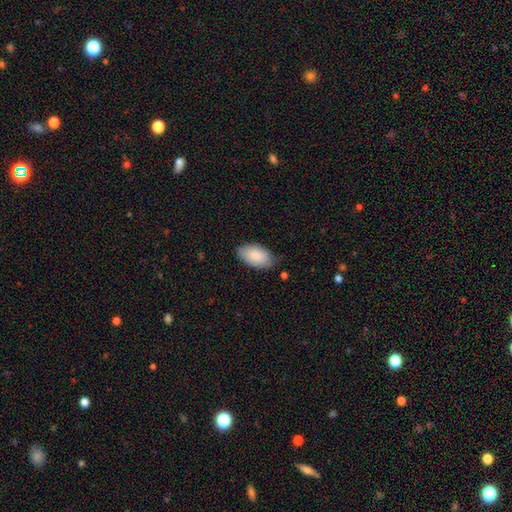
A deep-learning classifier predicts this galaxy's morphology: Smooth or featured: smooth — 87% (featured or disk — 7%)
How rounded: in between — 95% (round — 3%)
Merging: none — 74% (minor disturbance — 21%)